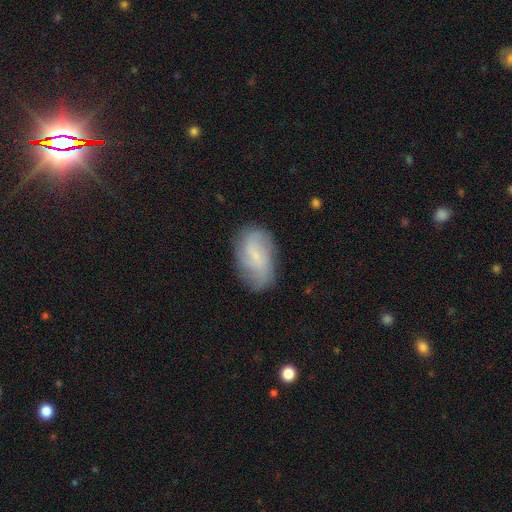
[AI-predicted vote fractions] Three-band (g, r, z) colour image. It shows a featured or disk galaxy (52%). Merging: none (71%).